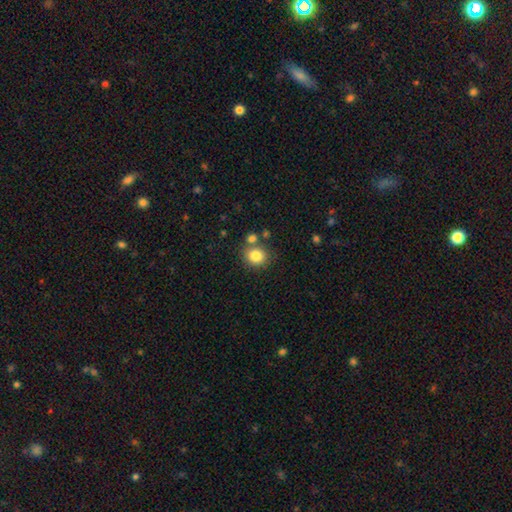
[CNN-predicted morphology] smooth-or-featured: smooth: 83% | star or artifact: 11% | featured or disk: 6%
  how-rounded: round: 79% | in between: 20% | cigar-shaped: 1%
  merging: none: 73% | merger: 14% | minor disturbance: 10% | major disturbance: 3%